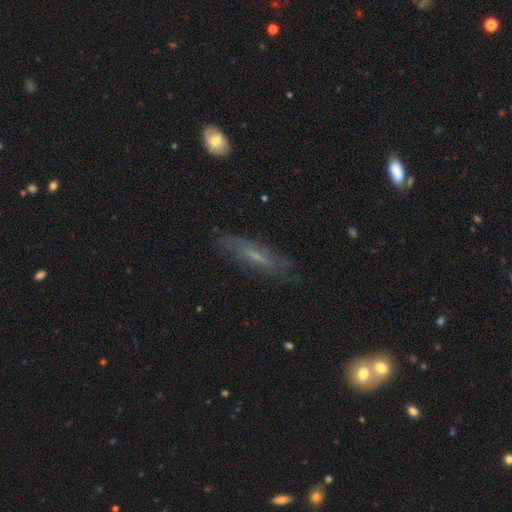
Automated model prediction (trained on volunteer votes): The model was most divided on "edge-on disk": no: 54%, yes: 46%. More confident: merging — none (76%); smooth or featured — featured or disk (54%).